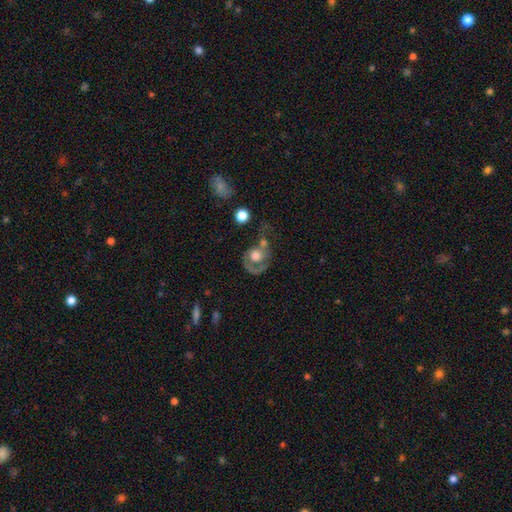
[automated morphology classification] This appears to be a featured or disk galaxy (53%) with no bar (86%), spiral arms (50%, tied with no) and a large central bulge (47%). Merging: major disturbance (30%).